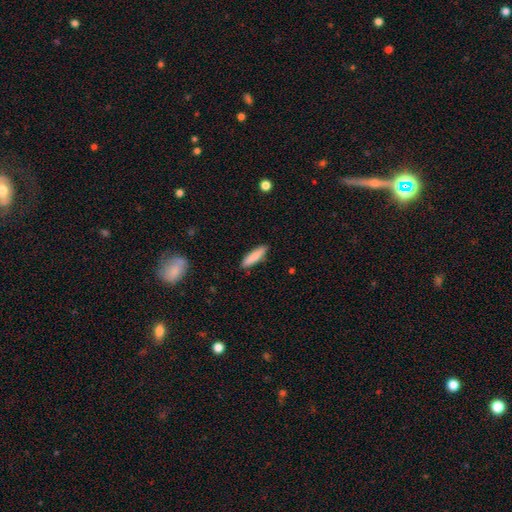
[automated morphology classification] A smooth galaxy with no disk features (85%) that is cigar-shaped (75%). Merging: none (88%).